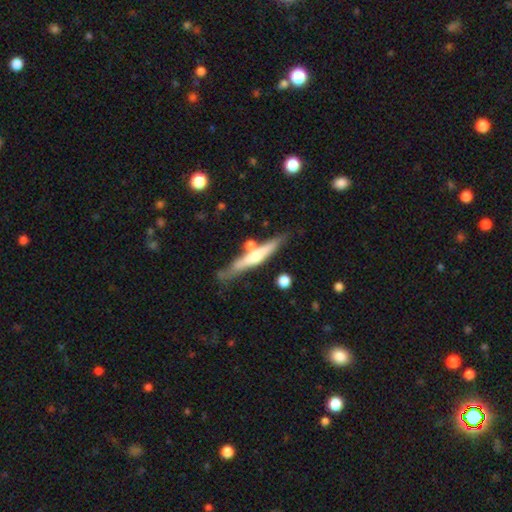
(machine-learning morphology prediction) This appears to be a featured or disk galaxy (56%) viewed edge-on (93%) with a rounded central bulge (76%). Merging: none (68%).